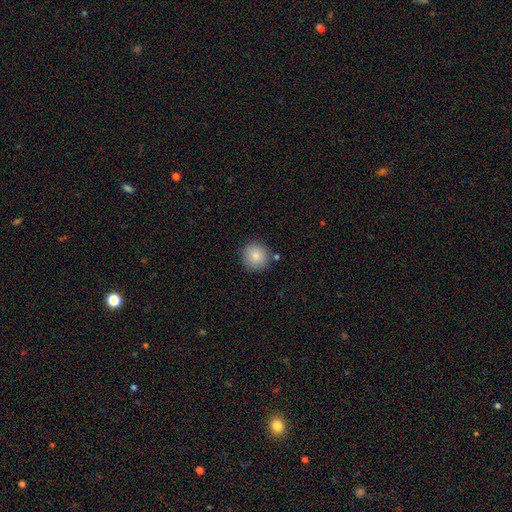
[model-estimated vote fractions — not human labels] Smooth or featured? smooth (86%)
How rounded? round (92%)
Merging? none (85%)